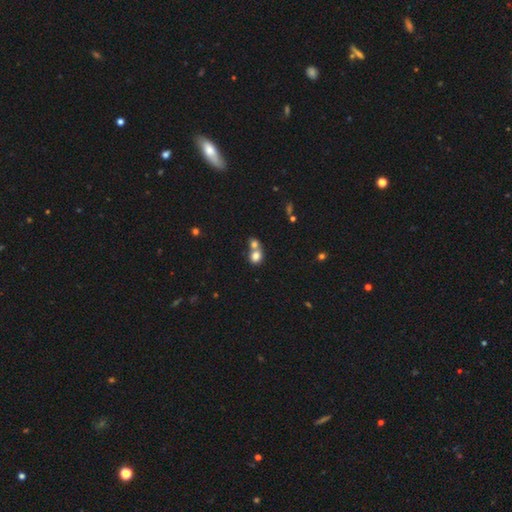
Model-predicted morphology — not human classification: Smooth or featured? Predicted: smooth (p=0.79). How rounded? Predicted: round (p=0.67). Merging? Predicted: merger (p=0.57).